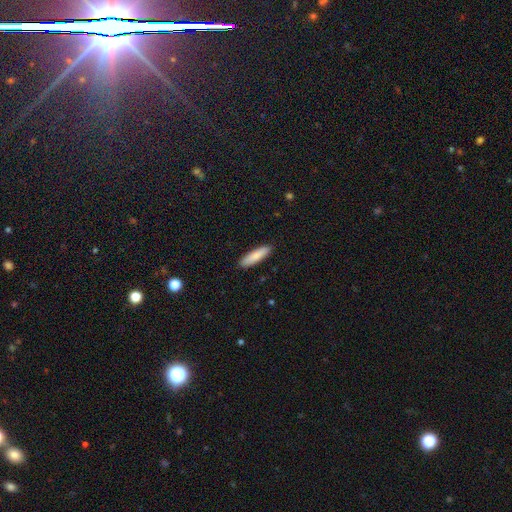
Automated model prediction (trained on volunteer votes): smooth_or_featured: smooth (p=0.85) [alt: featured or disk p=0.09]
how_rounded: cigar-shaped (p=0.71) [alt: in between p=0.28]
merging: none (p=0.91) [alt: minor disturbance p=0.07]